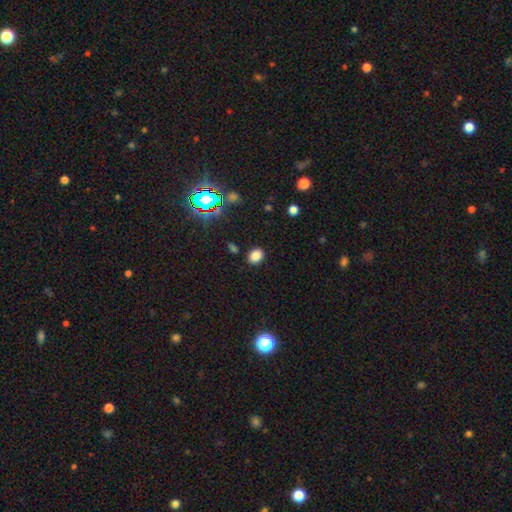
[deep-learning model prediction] A smooth galaxy with no disk features (80%) that is in between round and cigar-shaped (66%).

Vote fractions:
- Smooth or featured? smooth: 80% / star or artifact: 15% / featured or disk: 5%
- How rounded? in between: 66% / round: 33% / cigar-shaped: 1%
- Merging? none: 86% / minor disturbance: 9% / major disturbance: 3% / merger: 2%